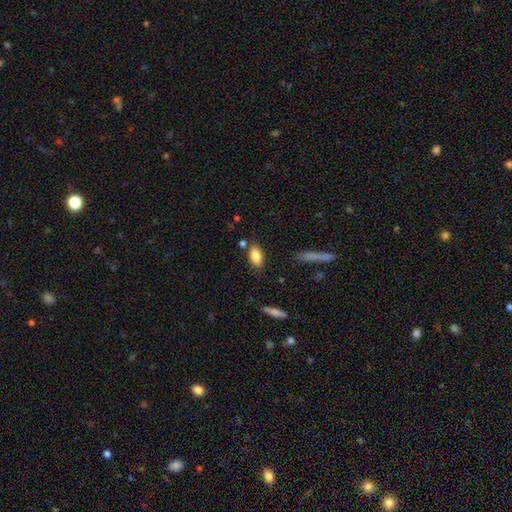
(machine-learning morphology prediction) The model was most divided on "merging": none: 79%, minor disturbance: 13%, merger: 5%, major disturbance: 3%. More confident: how rounded — in between (88%); smooth or featured — smooth (83%).